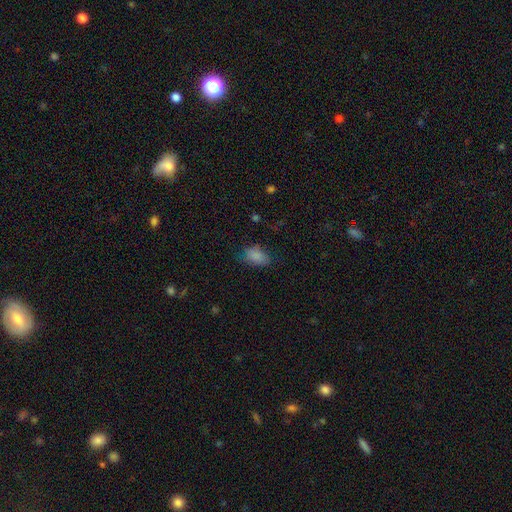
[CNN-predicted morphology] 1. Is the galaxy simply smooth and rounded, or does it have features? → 84% smooth, 9% star or artifact, 6% featured or disk.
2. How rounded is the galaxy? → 89% in between, 9% round, 2% cigar-shaped.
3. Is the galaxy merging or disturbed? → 67% none, 24% minor disturbance, 8% major disturbance, 1% merger.